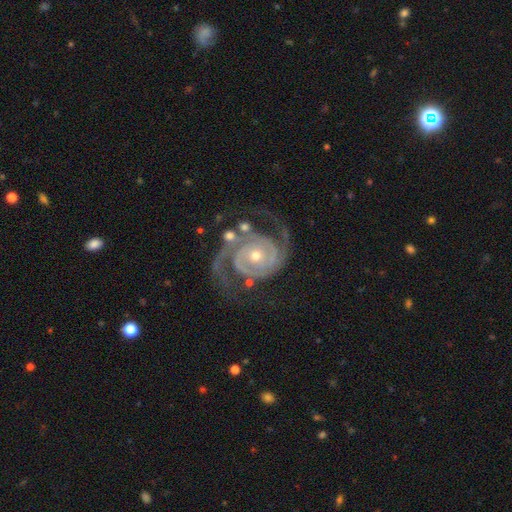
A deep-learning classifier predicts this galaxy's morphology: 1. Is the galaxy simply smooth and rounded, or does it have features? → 92% featured or disk, 4% star or artifact, 3% smooth.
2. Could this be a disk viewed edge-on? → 98% no, 2% yes.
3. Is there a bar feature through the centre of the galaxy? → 75% no, 18% weak, 8% strong.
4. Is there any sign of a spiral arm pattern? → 98% yes, 2% no.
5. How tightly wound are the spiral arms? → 51% tight, 38% medium, 11% loose.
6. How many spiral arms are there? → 80% 2, 8% 3, 4% can't tell, 3% 1, 3% 4, 3% more than 4.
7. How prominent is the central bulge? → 62% small, 34% moderate, 2% large, 1% none, 1% dominant.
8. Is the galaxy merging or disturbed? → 60% none, 18% minor disturbance, 16% major disturbance, 6% merger.